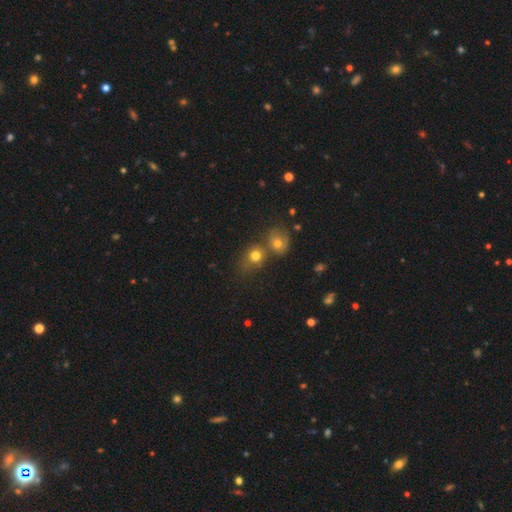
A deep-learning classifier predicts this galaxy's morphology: A smooth galaxy with no disk features (75%) that is round (67%). Merging: merger (45%).